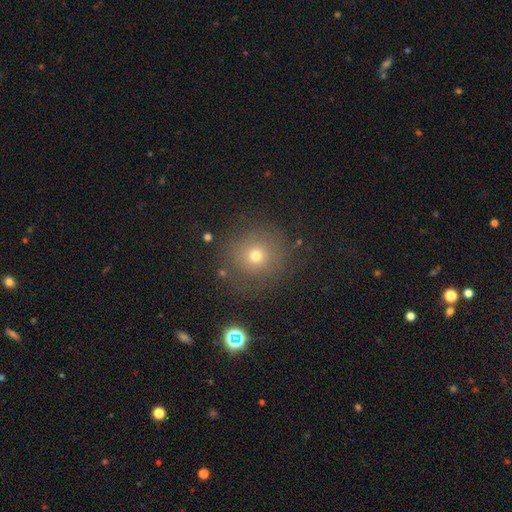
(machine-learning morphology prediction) smooth-or-featured: smooth: 67% | star or artifact: 19% | featured or disk: 14%
  how-rounded: round: 93% | in between: 7% | cigar-shaped: 1%
  merging: none: 81% | minor disturbance: 11% | major disturbance: 6% | merger: 2%